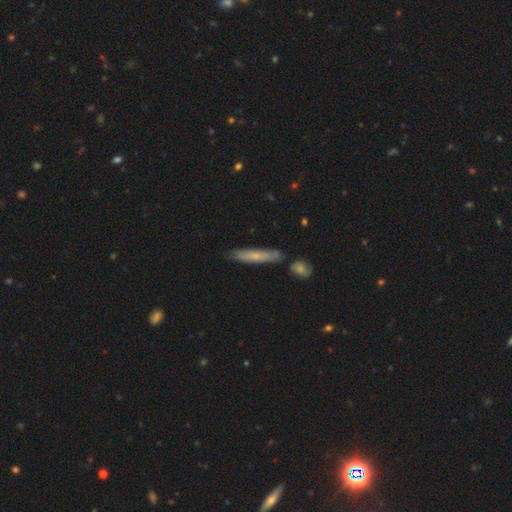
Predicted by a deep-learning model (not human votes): The model was most divided on "smooth or featured": smooth: 60%, featured or disk: 34%, star or artifact: 6%. More confident: how rounded — cigar-shaped (87%); merging — none (78%).